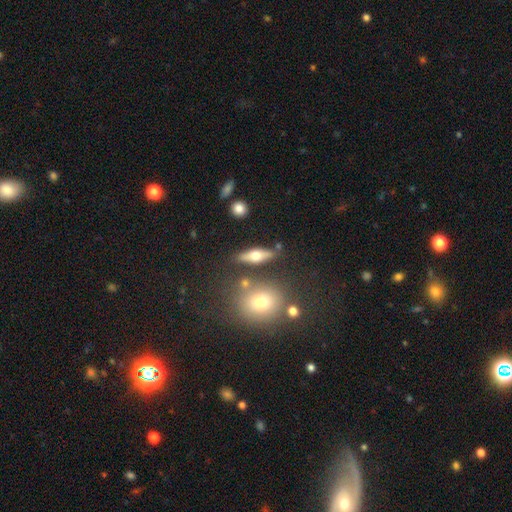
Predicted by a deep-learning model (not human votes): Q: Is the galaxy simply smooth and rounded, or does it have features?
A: smooth — 48%.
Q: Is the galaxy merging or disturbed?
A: none — 77%.